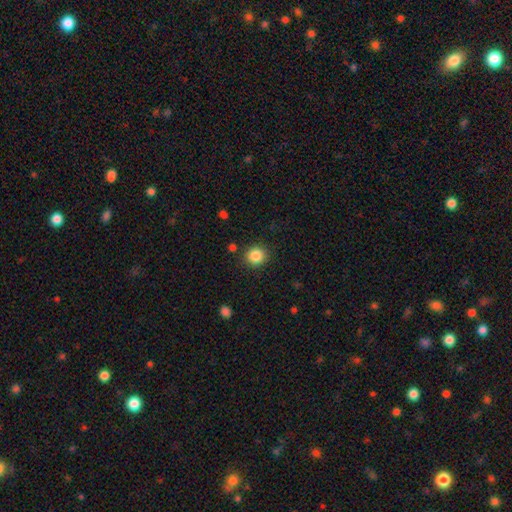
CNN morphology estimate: Q: Smooth or featured?
A: smooth (85%); runner-up: star or artifact (10%)
Q: How rounded?
A: round (88%); runner-up: in between (11%)
Q: Merging?
A: none (88%); runner-up: minor disturbance (7%)